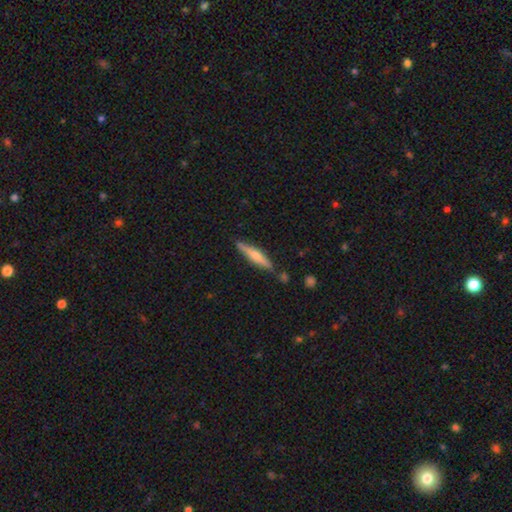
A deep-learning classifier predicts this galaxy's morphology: smooth_or_featured: smooth (p=0.48) [alt: featured or disk p=0.46]
merging: none (p=0.81) [alt: minor disturbance p=0.12]